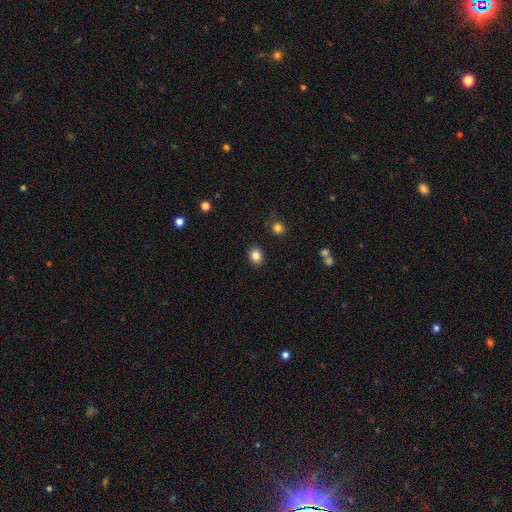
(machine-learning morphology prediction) Smooth or featured? smooth (85%)
How rounded? round (51%)
Merging? none (88%)